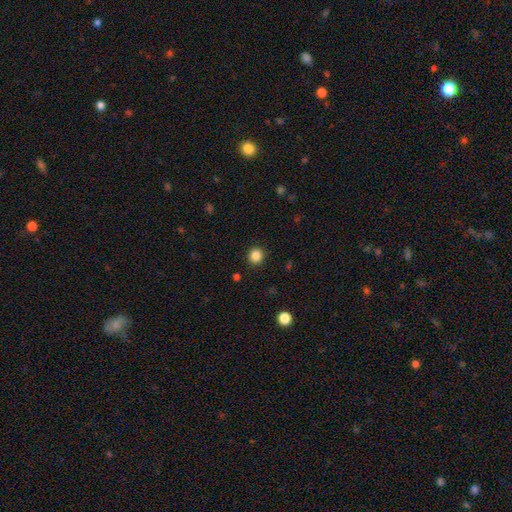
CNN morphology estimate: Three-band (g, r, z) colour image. It shows a smooth galaxy with no disk features (85%) that is round (92%). Merging: none (92%).